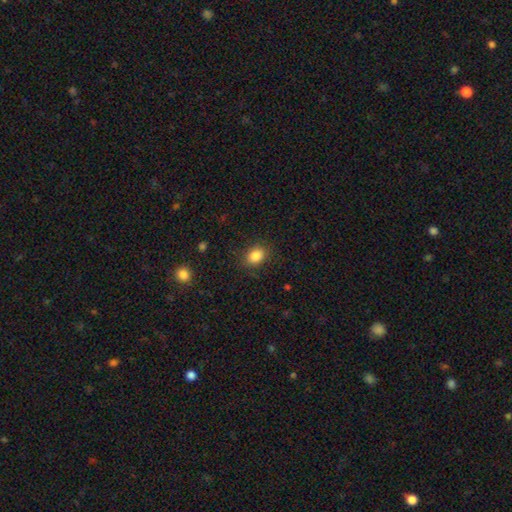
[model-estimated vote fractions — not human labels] A smooth galaxy with no disk features (85%) that is in between round and cigar-shaped (63%). Merging: none (83%).